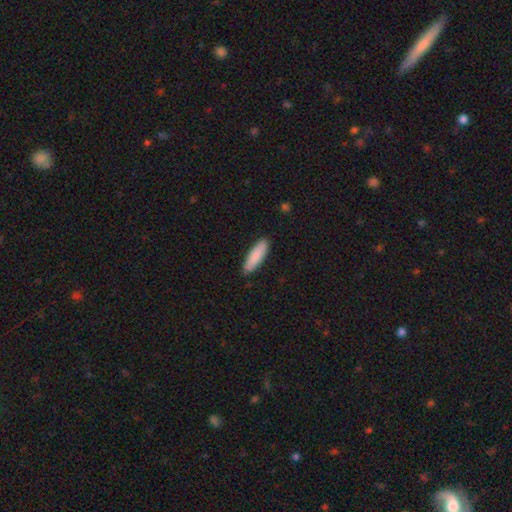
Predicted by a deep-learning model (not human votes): This appears to be a smooth galaxy with no disk features (87%) that is cigar-shaped (57%). Merging: none (86%).